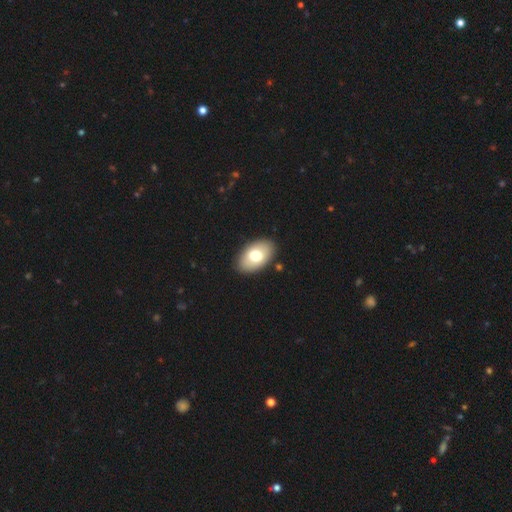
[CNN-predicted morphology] smooth-or-featured: smooth: 71% | featured or disk: 22% | star or artifact: 7%
  how-rounded: in between: 92% | round: 7% | cigar-shaped: 1%
  merging: none: 88% | minor disturbance: 8% | major disturbance: 2% | merger: 2%